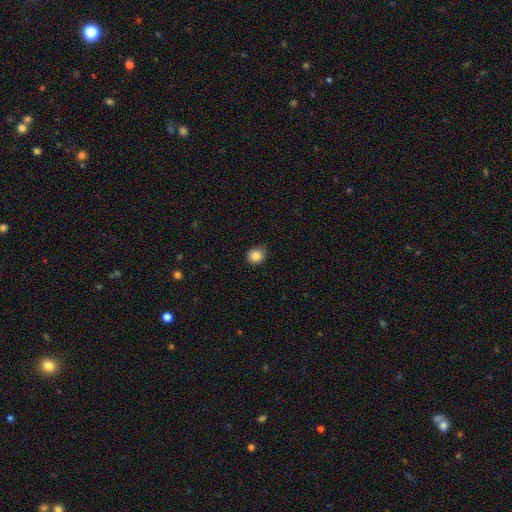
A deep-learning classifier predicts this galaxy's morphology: smooth 85%, star or artifact 10%, featured or disk 5%. Down the decision tree: how rounded — round (73%); merging — none (80%).